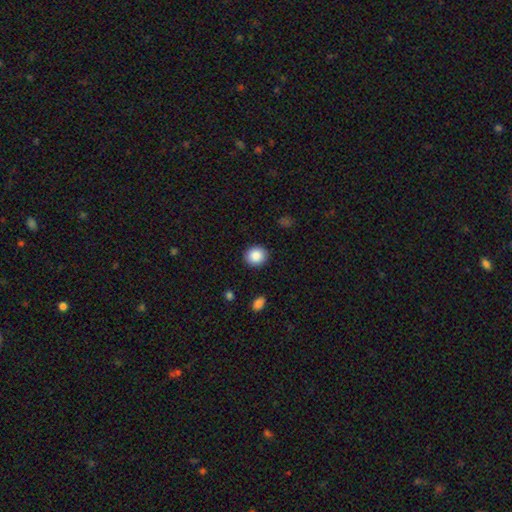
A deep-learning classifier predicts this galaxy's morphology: A smooth galaxy with no disk features (88%) that is round (85%).

Vote fractions:
- Smooth or featured? smooth: 88% / star or artifact: 8% / featured or disk: 4%
- How rounded? round: 85% / in between: 14% / cigar-shaped: 1%
- Merging? none: 91% / minor disturbance: 6% / major disturbance: 2% / merger: 1%